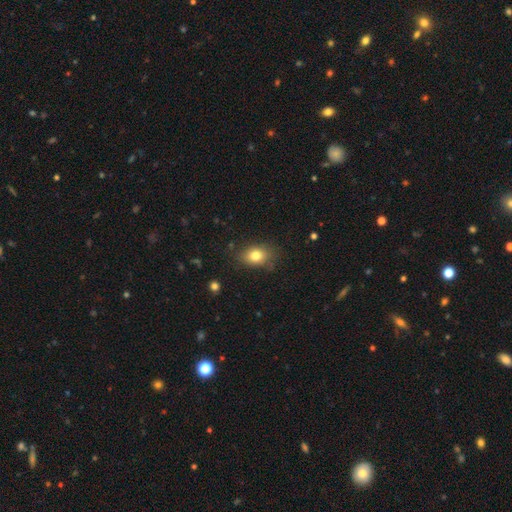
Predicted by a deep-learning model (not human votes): This is likely a smooth galaxy (80%). How rounded: likely in between (70%). Merging: likely none (77%).